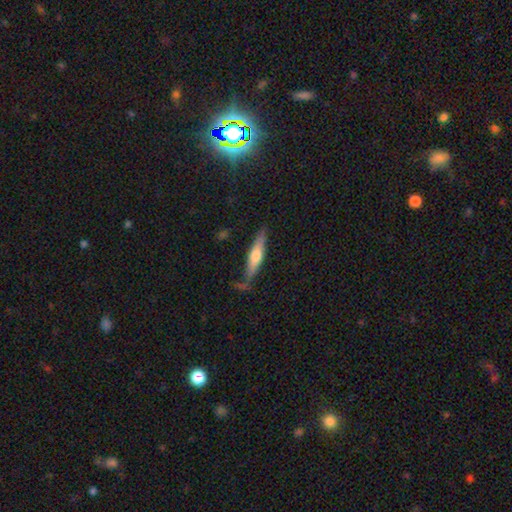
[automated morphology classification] Smooth or featured?
  - smooth: 53% *
  - featured or disk: 42%
  - star or artifact: 5%
How rounded?
  - cigar-shaped: 81% *
  - in between: 18%
  - round: 2%
Merging?
  - none: 70% *
  - minor disturbance: 20%
  - major disturbance: 6%
  - merger: 4%